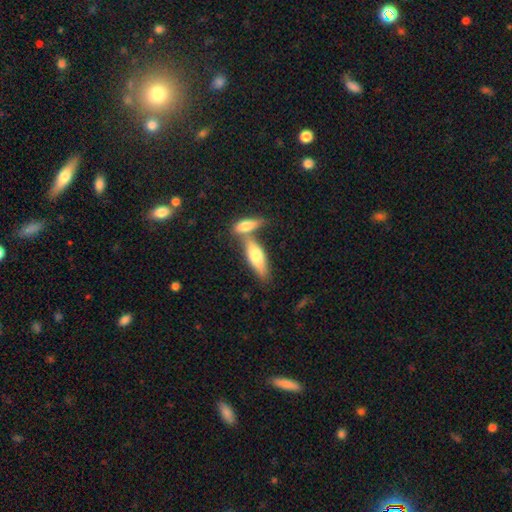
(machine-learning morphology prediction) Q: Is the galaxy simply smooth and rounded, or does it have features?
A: smooth — 62%.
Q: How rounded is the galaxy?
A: in between — 55%.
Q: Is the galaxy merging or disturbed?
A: merger — 45%.